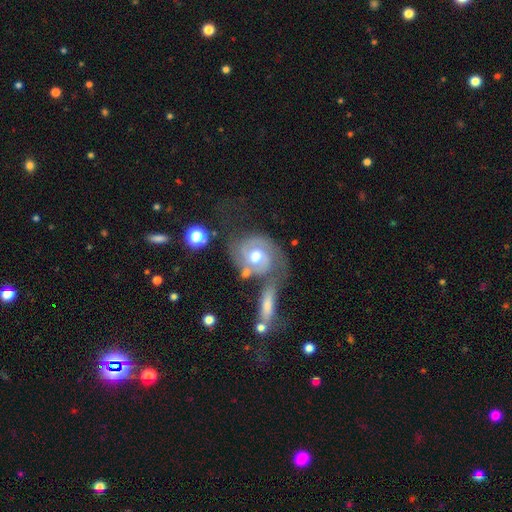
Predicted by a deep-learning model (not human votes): featured or disk 80%, smooth 14%, star or artifact 6%. Down the decision tree: edge-on disk — no (96%); bar — no (62%); spiral arms — yes (94%); spiral arm count — 2 (81%); spiral winding — tight (50%); bulge size — moderate (77%); merging — none (45%).